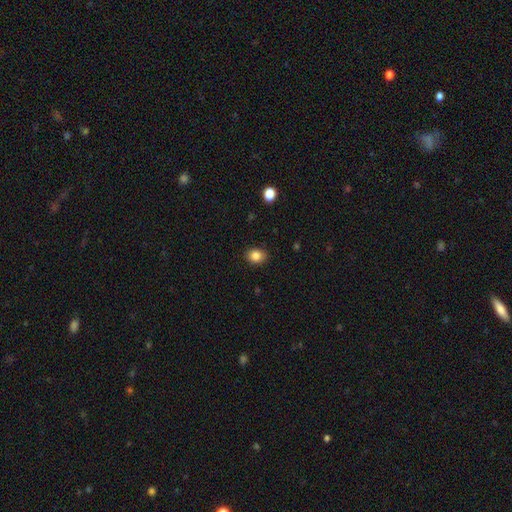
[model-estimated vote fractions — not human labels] Q: Smooth or featured?
A: smooth (86%); runner-up: star or artifact (10%)
Q: How rounded?
A: round (50%); runner-up: in between (49%)
Q: Merging?
A: none (87%); runner-up: minor disturbance (10%)